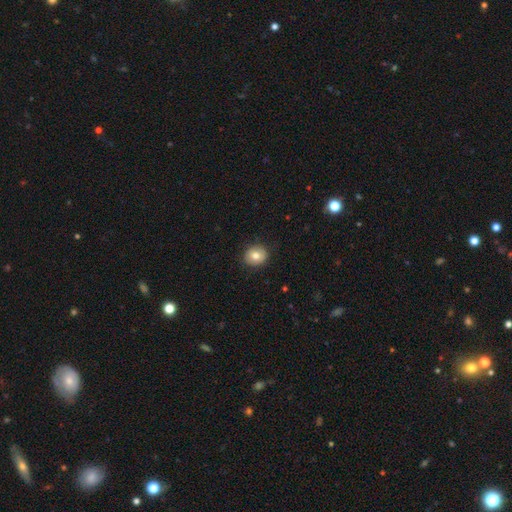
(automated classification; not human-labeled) The model was most divided on "how rounded": round: 74%, in between: 26%, cigar-shaped: 1%. More confident: merging — none (85%); smooth or featured — smooth (77%).